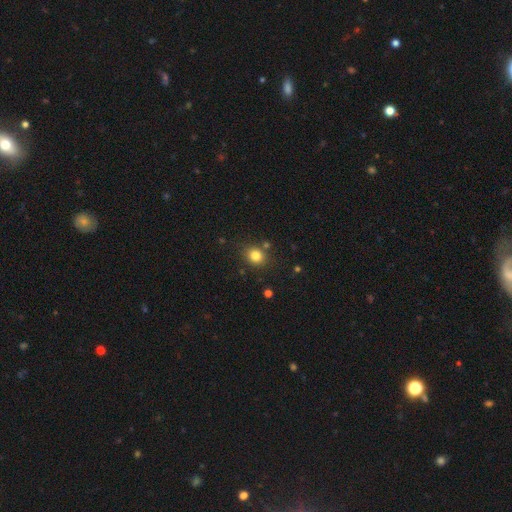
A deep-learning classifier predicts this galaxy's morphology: The model was most divided on "how rounded": round: 70%, in between: 29%, cigar-shaped: 1%. More confident: smooth or featured — smooth (82%); merging — none (80%).